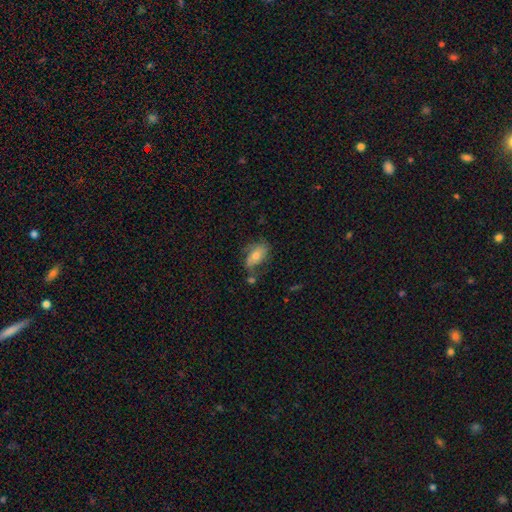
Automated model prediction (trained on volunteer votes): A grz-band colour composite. It shows a smooth galaxy with no disk features (58%) that is in between round and cigar-shaped (87%). Merging: none (54%).